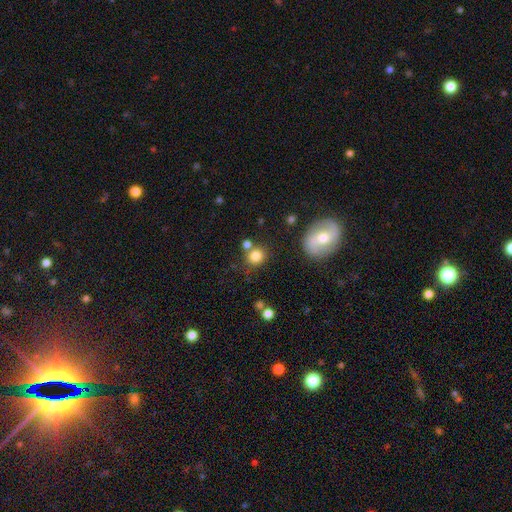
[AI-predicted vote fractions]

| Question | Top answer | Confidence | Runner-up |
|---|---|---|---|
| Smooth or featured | smooth | 82% | star or artifact (11%) |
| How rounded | round | 85% | in between (14%) |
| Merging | none | 70% | merger (15%) |